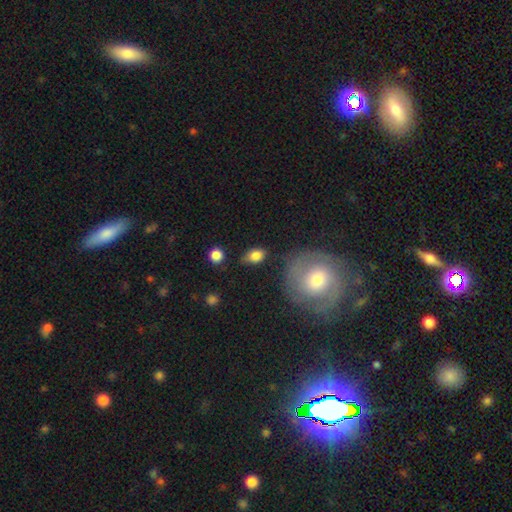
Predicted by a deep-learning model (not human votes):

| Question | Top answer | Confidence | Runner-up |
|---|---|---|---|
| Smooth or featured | smooth | 81% | featured or disk (10%) |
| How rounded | in between | 81% | round (17%) |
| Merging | none | 66% | minor disturbance (22%) |